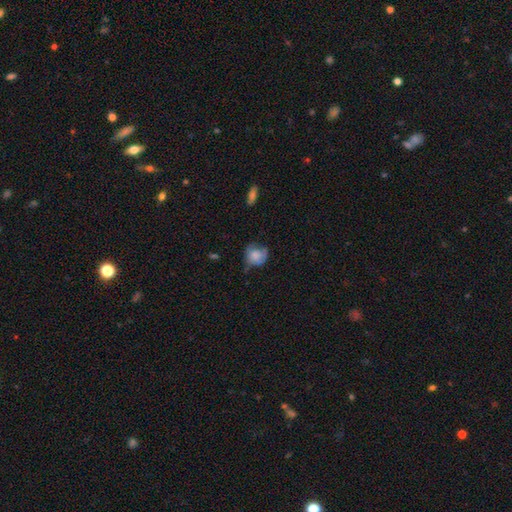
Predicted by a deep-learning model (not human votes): smooth_or_featured: smooth (p=0.64) [alt: featured or disk p=0.28]
how_rounded: round (p=0.74) [alt: in between p=0.25]
merging: none (p=0.47) [alt: minor disturbance p=0.34]